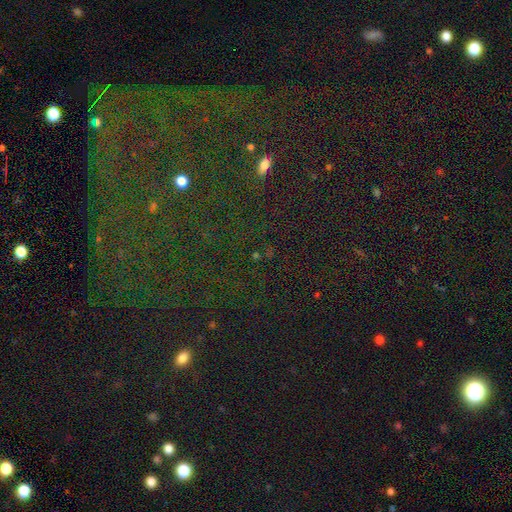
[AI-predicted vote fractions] Overall: star or artifact (72%).